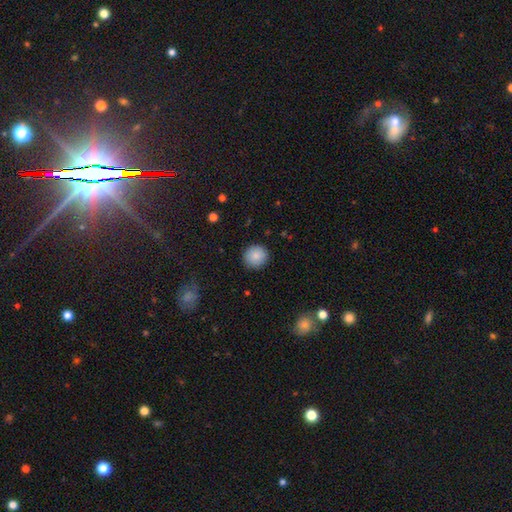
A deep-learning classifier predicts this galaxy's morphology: Q: Smooth or featured?
A: smooth (87%); runner-up: star or artifact (8%)
Q: How rounded?
A: round (93%); runner-up: in between (6%)
Q: Merging?
A: none (91%); runner-up: minor disturbance (6%)